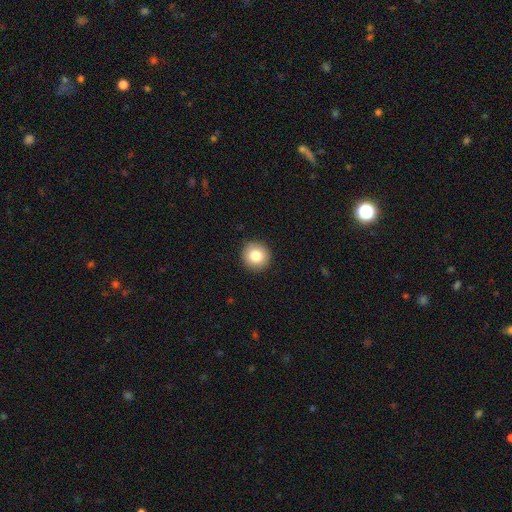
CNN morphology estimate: A smooth galaxy with no disk features (82%) that is round (94%).

Vote fractions:
- Smooth or featured? smooth: 82% / featured or disk: 9% / star or artifact: 9%
- How rounded? round: 94% / in between: 5% / cigar-shaped: 1%
- Merging? none: 92% / minor disturbance: 6% / major disturbance: 2% / merger: 1%